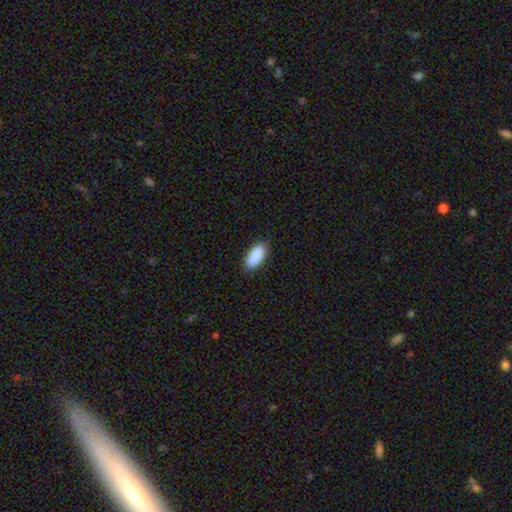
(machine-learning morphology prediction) Overall: smooth (89%). How rounded: in between (84%). Merging: none (83%).